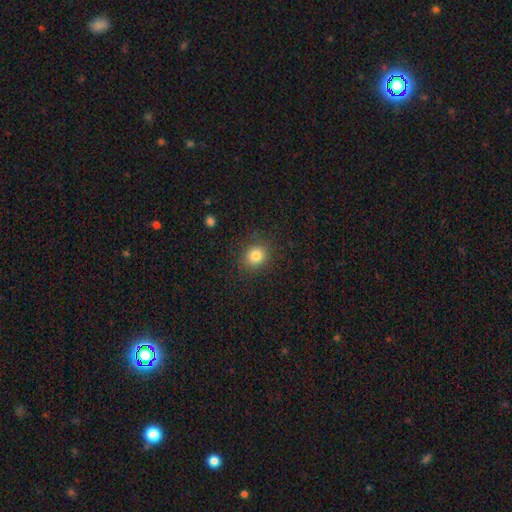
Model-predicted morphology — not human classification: smooth-or-featured: smooth: 83% | star or artifact: 11% | featured or disk: 6%
  how-rounded: round: 79% | in between: 21% | cigar-shaped: 1%
  merging: none: 86% | minor disturbance: 9% | major disturbance: 3% | merger: 1%